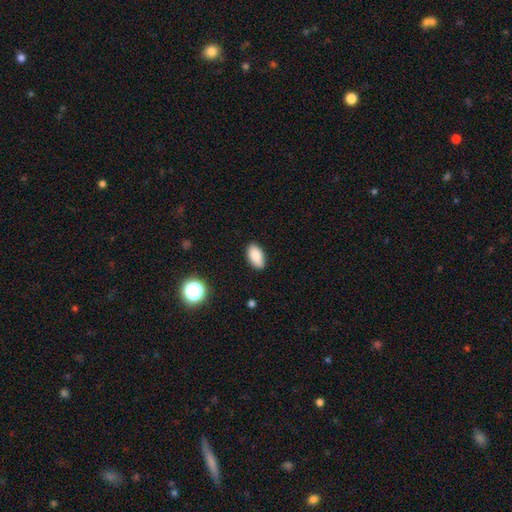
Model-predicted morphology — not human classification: This is clearly a smooth galaxy (87%). How rounded: clearly in between (94%). Merging: clearly none (86%).